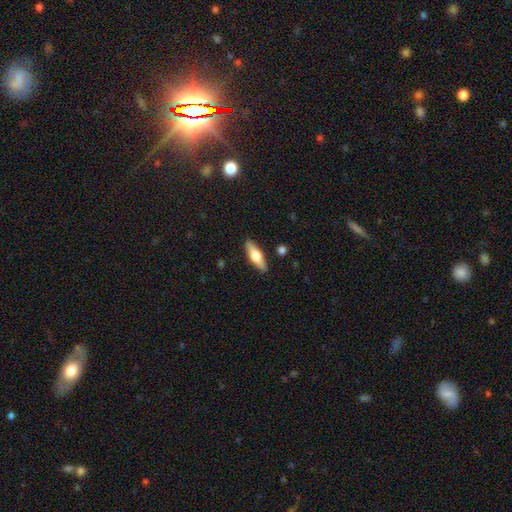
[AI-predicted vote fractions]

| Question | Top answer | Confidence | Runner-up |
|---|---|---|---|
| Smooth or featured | smooth | 49% | featured or disk (45%) |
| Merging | none | 89% | minor disturbance (8%) |